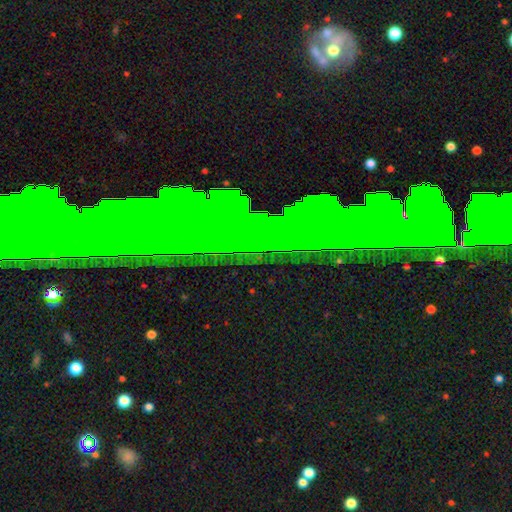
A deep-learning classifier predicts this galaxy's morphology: Smooth or featured?
  - star or artifact: 75% *
  - featured or disk: 15%
  - smooth: 10%